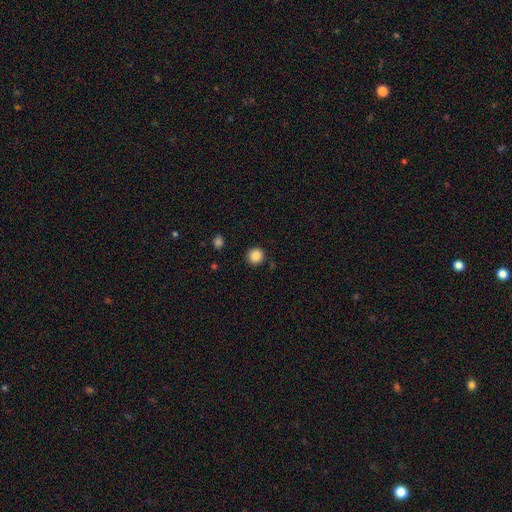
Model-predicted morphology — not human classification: A smooth galaxy with no disk features (87%) that is round (95%).

Vote fractions:
- Smooth or featured? smooth: 87% / star or artifact: 10% / featured or disk: 3%
- How rounded? round: 95% / in between: 4% / cigar-shaped: 1%
- Merging? none: 91% / minor disturbance: 6% / major disturbance: 2% / merger: 2%